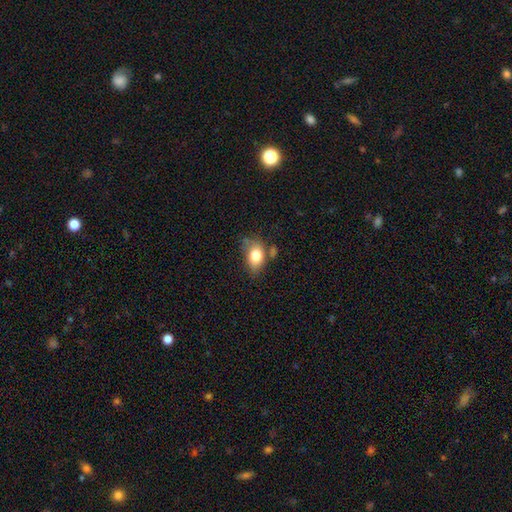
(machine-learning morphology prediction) The model was most divided on "merging": none: 53%, minor disturbance: 26%, merger: 11%, major disturbance: 9%. More confident: how rounded — in between (79%); smooth or featured — smooth (77%).